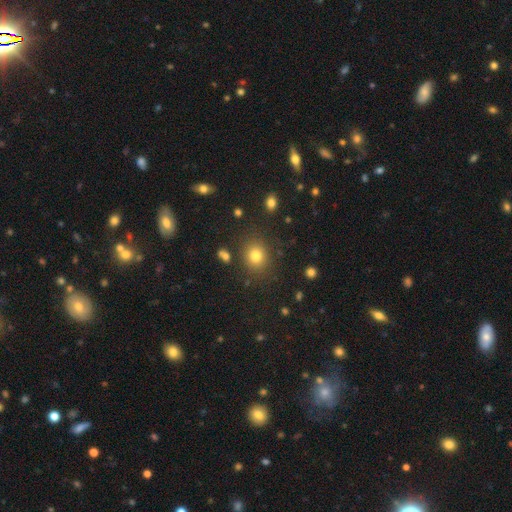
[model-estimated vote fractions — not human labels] The model was most divided on "how rounded": round: 75%, in between: 24%, cigar-shaped: 1%. More confident: merging — none (84%); smooth or featured — smooth (79%).